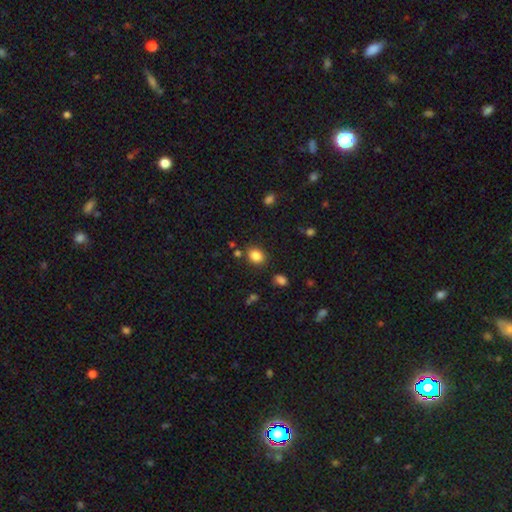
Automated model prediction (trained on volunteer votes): A smooth galaxy with no disk features (84%) that is in between round and cigar-shaped (56%).

Vote fractions:
- Smooth or featured? smooth: 84% / star or artifact: 11% / featured or disk: 5%
- How rounded? in between: 56% / round: 43% / cigar-shaped: 1%
- Merging? none: 82% / minor disturbance: 11% / merger: 5% / major disturbance: 3%